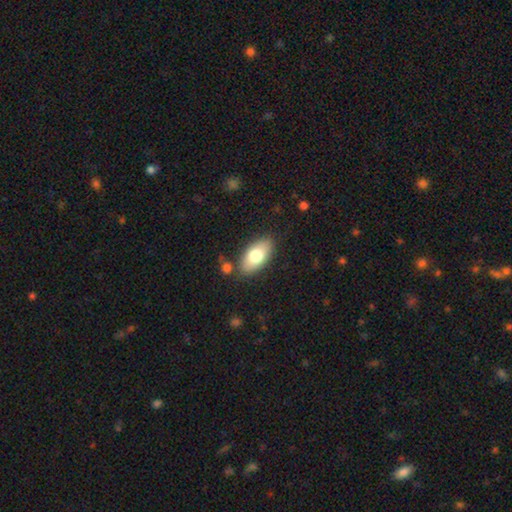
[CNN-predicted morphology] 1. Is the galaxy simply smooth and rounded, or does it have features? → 75% smooth, 18% featured or disk, 6% star or artifact.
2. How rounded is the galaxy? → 92% in between, 5% cigar-shaped, 3% round.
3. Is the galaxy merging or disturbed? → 81% none, 12% minor disturbance, 4% merger, 3% major disturbance.